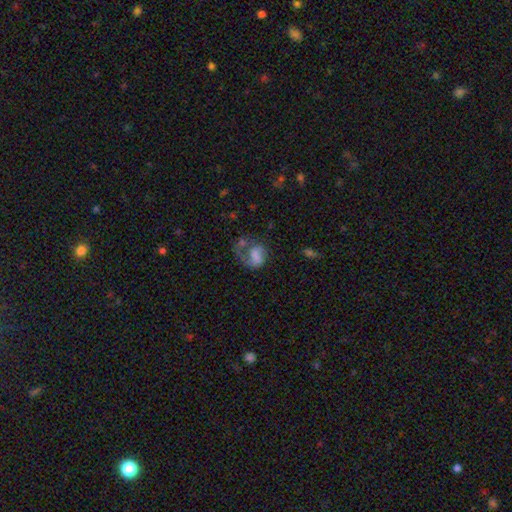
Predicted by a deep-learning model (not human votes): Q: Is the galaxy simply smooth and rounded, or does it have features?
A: featured or disk — 56%.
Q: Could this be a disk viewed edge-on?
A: no — 98%.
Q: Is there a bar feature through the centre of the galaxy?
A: no — 58%.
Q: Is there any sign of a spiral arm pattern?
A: yes — 76%.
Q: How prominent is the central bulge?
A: none — 48%.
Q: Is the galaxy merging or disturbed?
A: major disturbance — 48%.